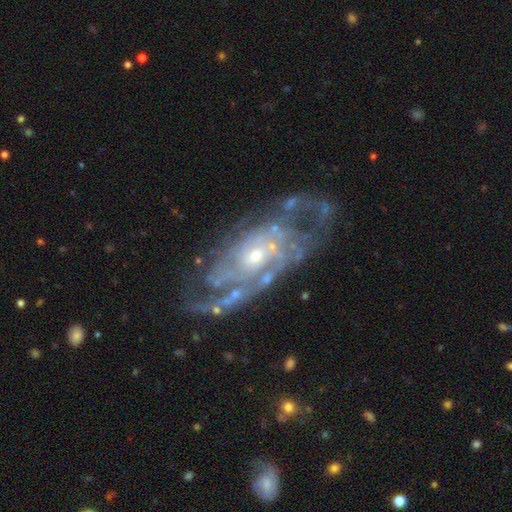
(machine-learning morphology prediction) smooth-or-featured: featured or disk: 88% | star or artifact: 6% | smooth: 5%
  disk-edge-on: no: 94% | yes: 6%
    bar: no: 68% | weak: 25% | strong: 7%
    has-spiral-arms: yes: 94% | no: 6%
      spiral-winding: tight: 61% | medium: 31% | loose: 8%
      spiral-arm-count: can't tell: 36% | 2: 24% | 3: 17% | 4: 11% | more than 4: 7% | 1: 6%
    bulge-size: small: 61% | moderate: 35% | large: 2% | none: 2% | dominant: 1%
  merging: none: 67% | minor disturbance: 19% | major disturbance: 11% | merger: 3%